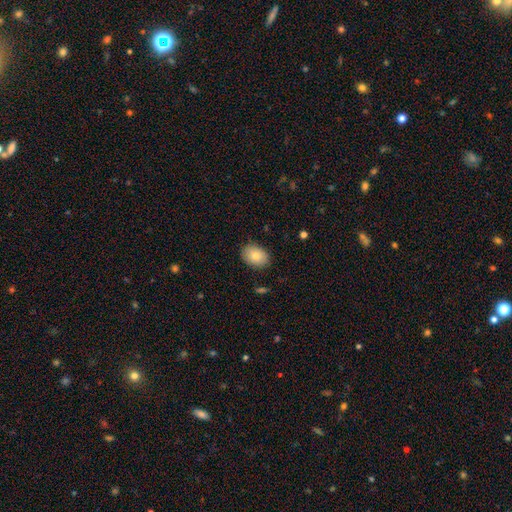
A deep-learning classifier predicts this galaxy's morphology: smooth_or_featured: smooth (p=0.82) [alt: featured or disk p=0.10]
how_rounded: in between (p=0.76) [alt: round p=0.23]
merging: none (p=0.86) [alt: minor disturbance p=0.10]